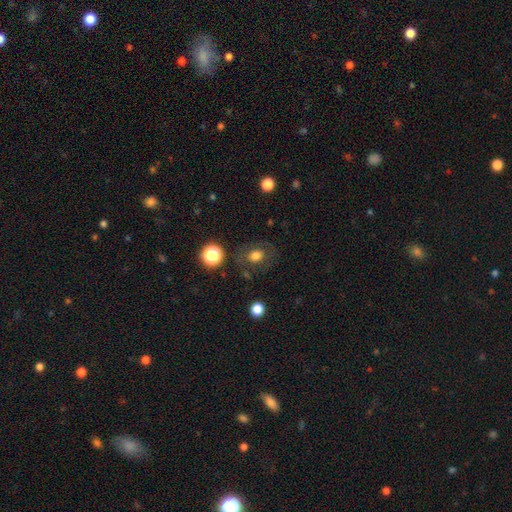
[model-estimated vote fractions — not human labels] A smooth galaxy with no disk features (73%) that is round (54%).

Vote fractions:
- Smooth or featured? smooth: 73% / featured or disk: 15% / star or artifact: 12%
- How rounded? round: 54% / in between: 45% / cigar-shaped: 1%
- Merging? none: 74% / minor disturbance: 14% / major disturbance: 9% / merger: 3%